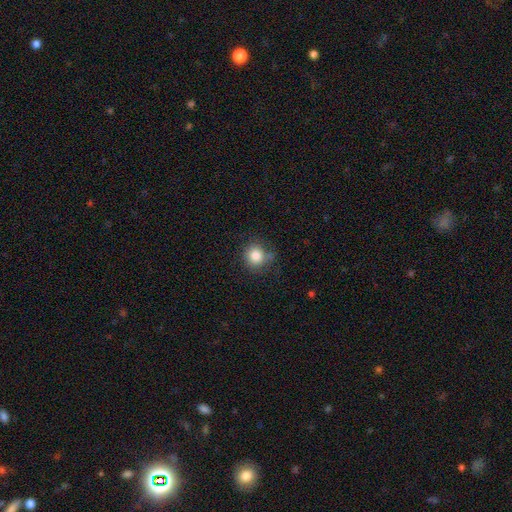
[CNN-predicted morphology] smooth_or_featured: smooth (p=0.84) [alt: star or artifact p=0.10]
how_rounded: round (p=0.87) [alt: in between p=0.12]
merging: none (p=0.73) [alt: minor disturbance p=0.17]